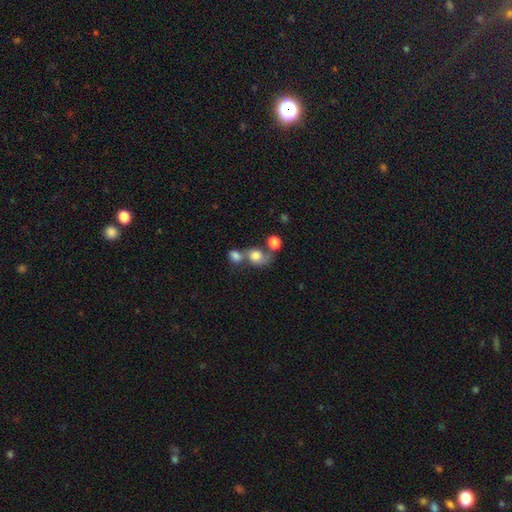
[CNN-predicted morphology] Q: Smooth or featured?
A: smooth (72%); runner-up: featured or disk (17%)
Q: How rounded?
A: round (59%); runner-up: in between (39%)
Q: Merging?
A: merger (52%); runner-up: none (27%)